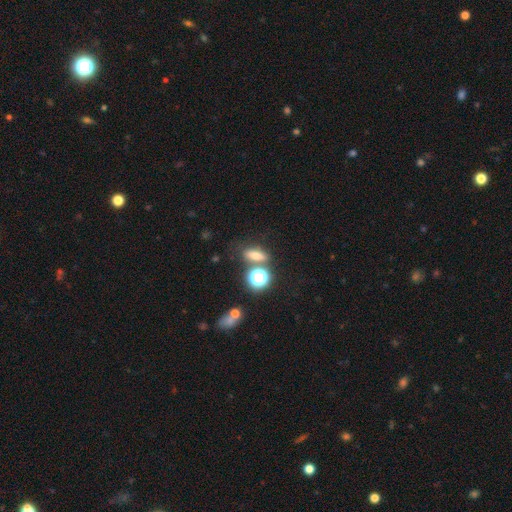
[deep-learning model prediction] Morphology: type=smooth (66%); roundness=in between (55%); merging=none (66%).